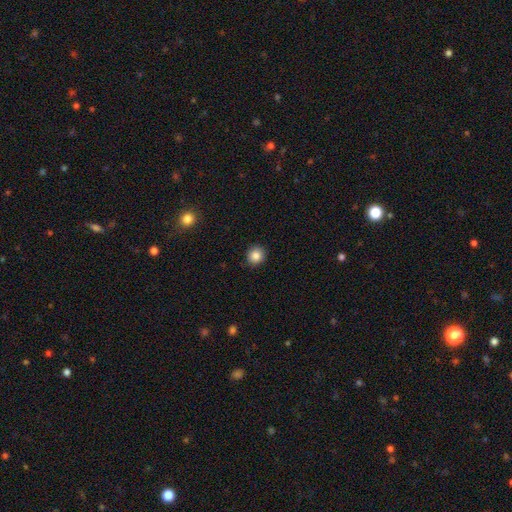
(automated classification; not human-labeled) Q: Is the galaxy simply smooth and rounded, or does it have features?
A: smooth — 85%.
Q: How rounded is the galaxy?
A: round — 91%.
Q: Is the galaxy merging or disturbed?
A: none — 90%.